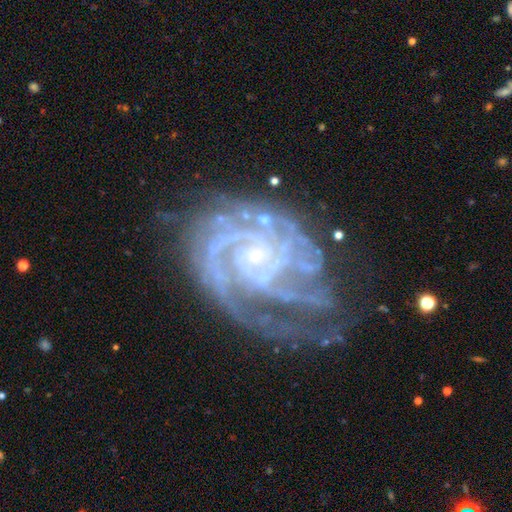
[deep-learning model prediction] smooth-or-featured: featured or disk: 91% | star or artifact: 6% | smooth: 3%
  disk-edge-on: no: 98% | yes: 2%
    bar: no: 58% | weak: 31% | strong: 11%
    has-spiral-arms: yes: 98% | no: 2%
      spiral-winding: tight: 69% | medium: 27% | loose: 4%
      spiral-arm-count: 3: 27% | 2: 25% | 4: 16% | can't tell: 16% | more than 4: 9% | 1: 7%
    bulge-size: small: 79% | moderate: 12% | none: 7% | large: 1% | dominant: 1%
  merging: none: 58% | minor disturbance: 24% | major disturbance: 16% | merger: 3%